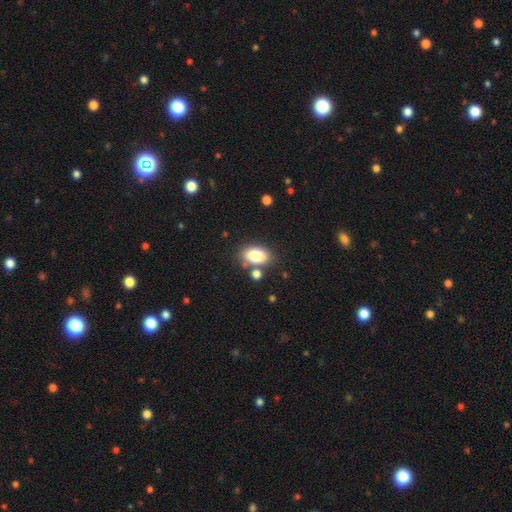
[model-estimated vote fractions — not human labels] This appears to be a smooth galaxy with no disk features (81%) that is in between round and cigar-shaped (88%). Merging: none (71%).